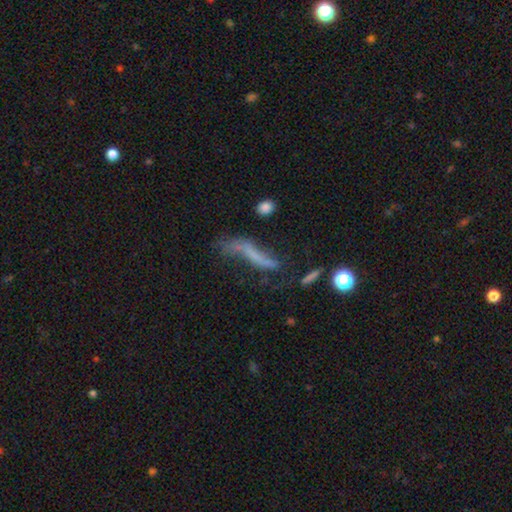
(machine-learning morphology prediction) This is possibly a featured or disk galaxy (45%). Merging: marginally none (33%).